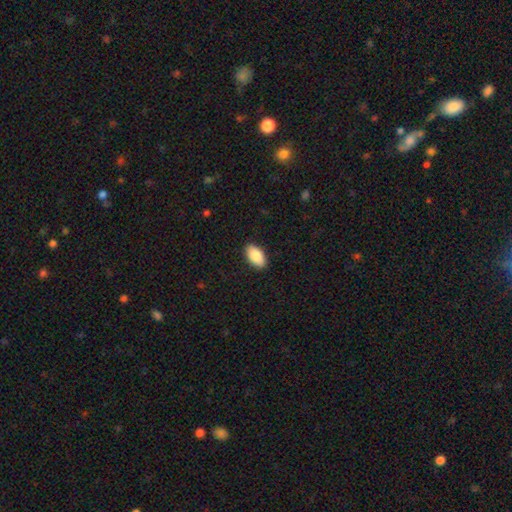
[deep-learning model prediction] Q: Smooth or featured?
A: smooth (89%); runner-up: star or artifact (6%)
Q: How rounded?
A: in between (95%); runner-up: round (3%)
Q: Merging?
A: none (90%); runner-up: minor disturbance (8%)